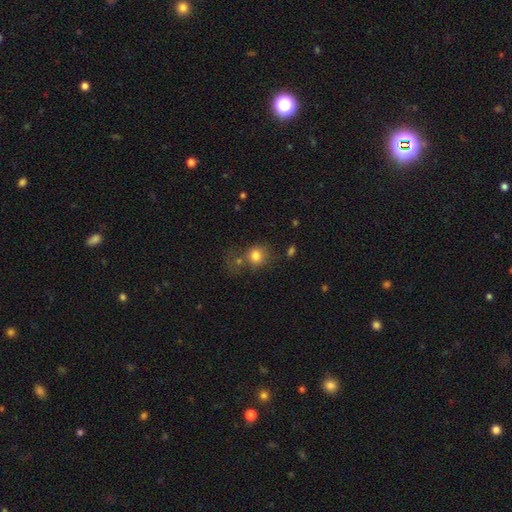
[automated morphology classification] A smooth galaxy with no disk features (79%) that is round (74%). Merging: none (47%).